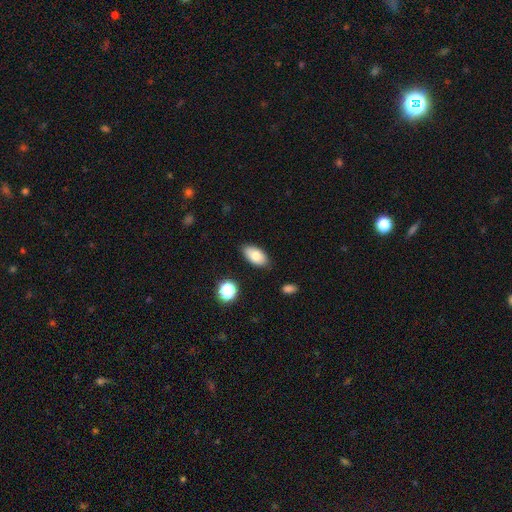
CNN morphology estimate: A smooth galaxy with no disk features (78%) that is in between round and cigar-shaped (93%).

Vote fractions:
- Smooth or featured? smooth: 78% / featured or disk: 14% / star or artifact: 8%
- How rounded? in between: 93% / round: 5% / cigar-shaped: 3%
- Merging? none: 84% / minor disturbance: 12% / major disturbance: 2% / merger: 2%